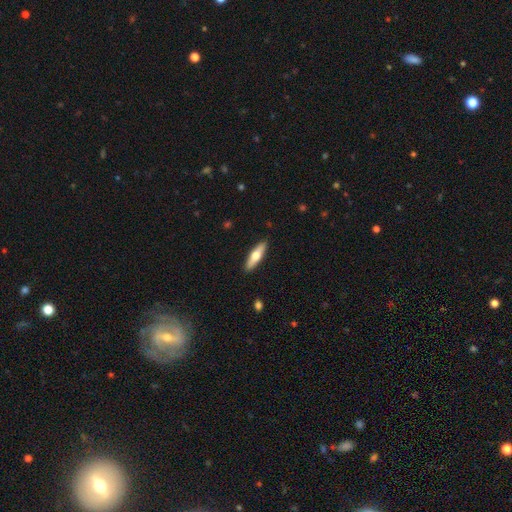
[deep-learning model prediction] Morphology: type=smooth (54%); roundness=cigar-shaped (67%); merging=none (90%).